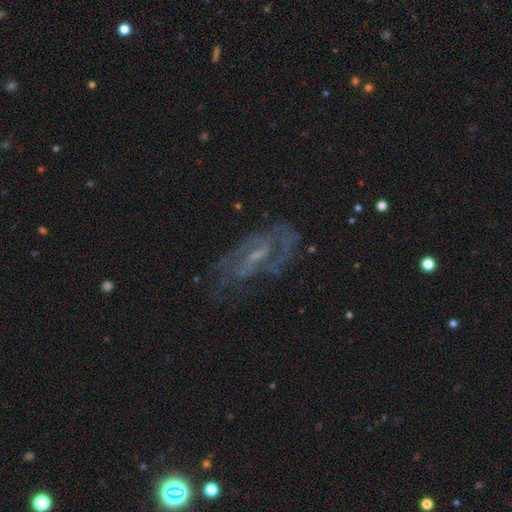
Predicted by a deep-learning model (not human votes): Overall: featured or disk (79%). Edge-on disk: no (92%). Bar: weak (50%; strong 25%). Spiral arms: yes (85%). Spiral arm count: 2 (53%; can't tell 28%). Spiral winding: medium (47%; tight 32%). Bulge size: small (51%; moderate 24%). Merging: none (63%).